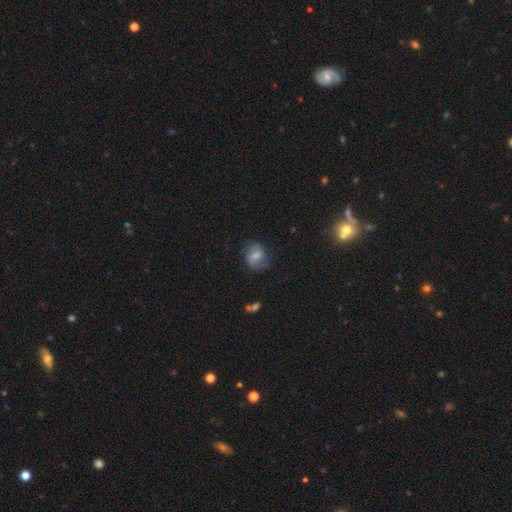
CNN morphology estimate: Overall: smooth (46%; featured or disk 45%). Merging: none (66%).